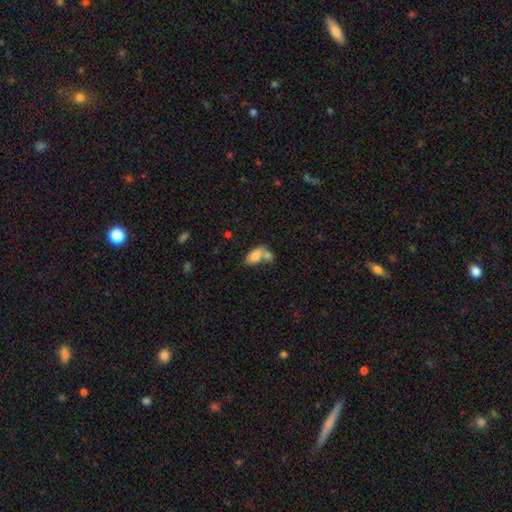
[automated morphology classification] This is likely a smooth galaxy (79%). How rounded: clearly in between (89%). Merging: possibly merger (49%).